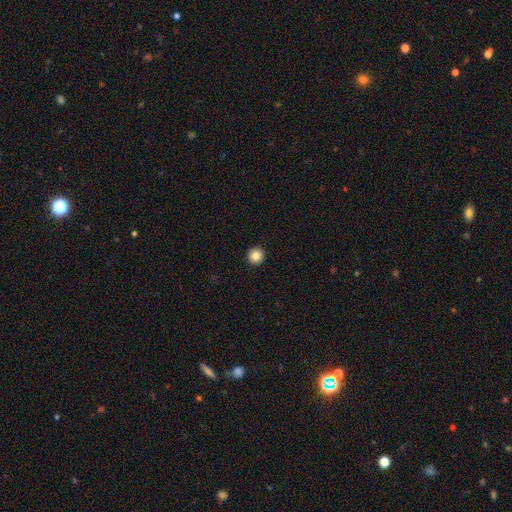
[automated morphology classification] smooth_or_featured: smooth (p=0.84) [alt: star or artifact p=0.10]
how_rounded: round (p=0.96) [alt: in between p=0.03]
merging: none (p=0.94) [alt: minor disturbance p=0.04]